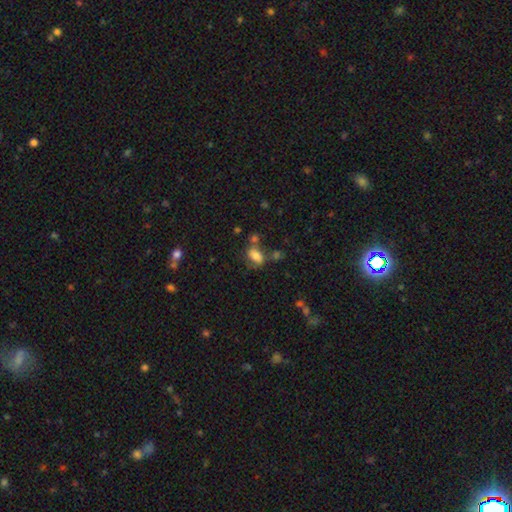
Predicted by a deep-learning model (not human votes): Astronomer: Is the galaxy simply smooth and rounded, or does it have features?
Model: smooth — 76%.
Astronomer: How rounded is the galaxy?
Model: in between — 86%.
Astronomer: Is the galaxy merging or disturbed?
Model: none — 49%.